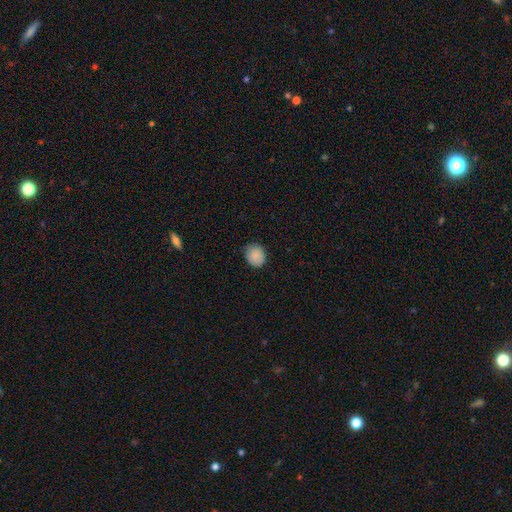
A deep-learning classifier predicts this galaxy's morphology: smooth_or_featured: smooth (p=0.88) [alt: star or artifact p=0.08]
how_rounded: round (p=0.64) [alt: in between p=0.35]
merging: none (p=0.80) [alt: minor disturbance p=0.17]